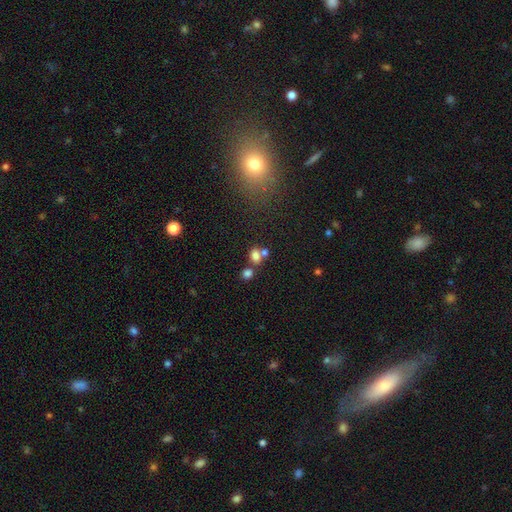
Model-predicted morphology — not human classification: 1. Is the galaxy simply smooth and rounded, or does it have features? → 77% smooth, 14% star or artifact, 10% featured or disk.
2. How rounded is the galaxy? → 58% in between, 41% round, 1% cigar-shaped.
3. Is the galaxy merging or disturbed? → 43% none (tied), 43% merger (tied), 10% minor disturbance, 5% major disturbance.